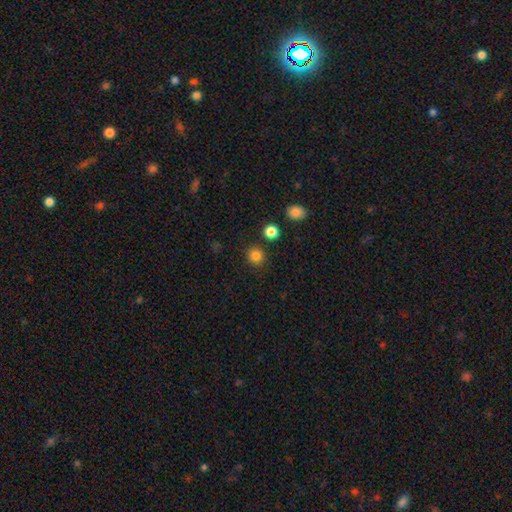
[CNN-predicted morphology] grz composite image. It shows a smooth galaxy with no disk features (84%) that is round (93%). Merging: none (88%).